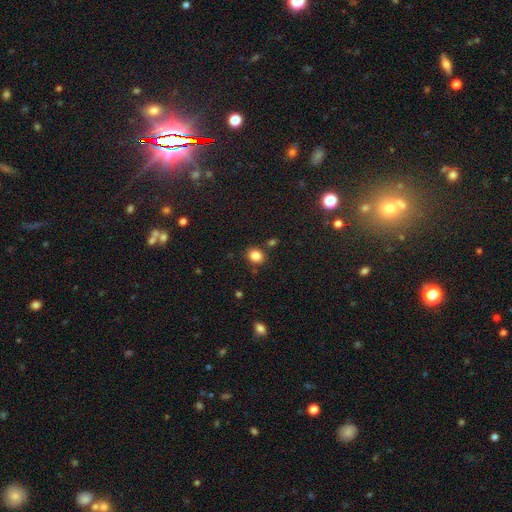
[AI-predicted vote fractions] smooth_or_featured: smooth (p=0.84) [alt: star or artifact p=0.11]
how_rounded: round (p=0.62) [alt: in between p=0.37]
merging: none (p=0.81) [alt: minor disturbance p=0.10]